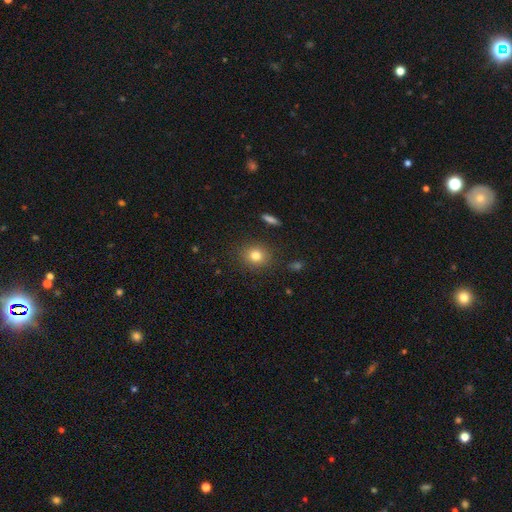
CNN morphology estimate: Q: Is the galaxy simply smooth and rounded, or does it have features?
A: smooth — 80%.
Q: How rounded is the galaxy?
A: round — 74%.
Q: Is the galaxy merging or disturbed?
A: none — 87%.